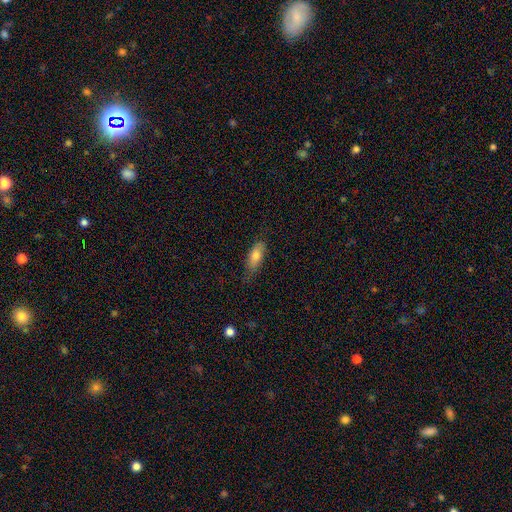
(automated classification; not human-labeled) This appears to be a smooth galaxy with no disk features (75%) that is in between round and cigar-shaped (77%). Merging: none (67%).